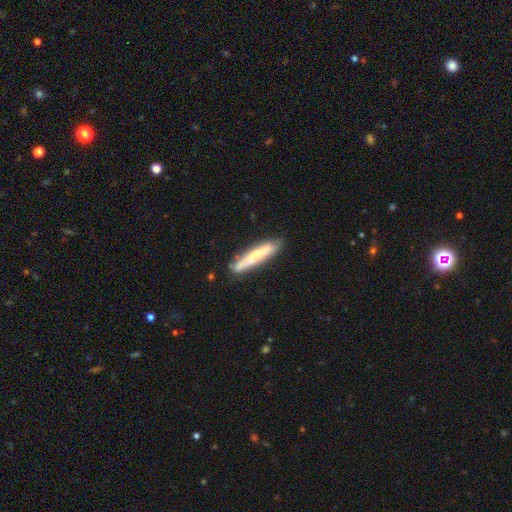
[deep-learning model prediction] Morphology: type=smooth (58%); roundness=cigar-shaped (91%); merging=none (78%).